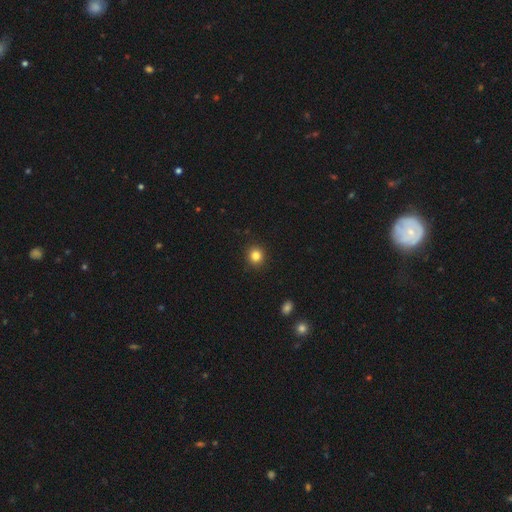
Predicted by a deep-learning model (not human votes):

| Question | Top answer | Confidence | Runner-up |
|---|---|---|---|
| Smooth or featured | smooth | 84% | star or artifact (12%) |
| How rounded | round | 91% | in between (8%) |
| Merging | none | 92% | minor disturbance (5%) |